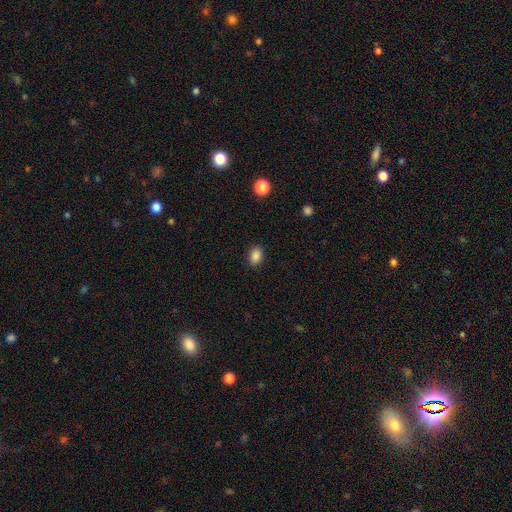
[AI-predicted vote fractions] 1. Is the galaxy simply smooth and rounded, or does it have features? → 86% smooth, 10% star or artifact, 4% featured or disk.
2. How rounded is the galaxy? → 76% in between, 22% round, 1% cigar-shaped.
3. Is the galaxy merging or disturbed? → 88% none, 9% minor disturbance, 2% major disturbance, 1% merger.